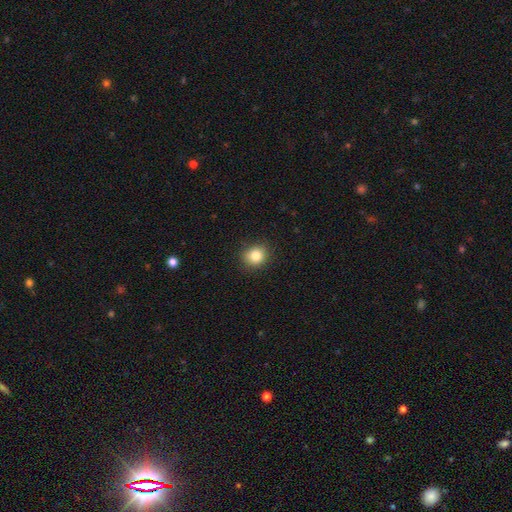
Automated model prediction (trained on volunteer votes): Smooth or featured: smooth — 83% (star or artifact — 11%)
How rounded: round — 80% (in between — 19%)
Merging: none — 87% (minor disturbance — 9%)